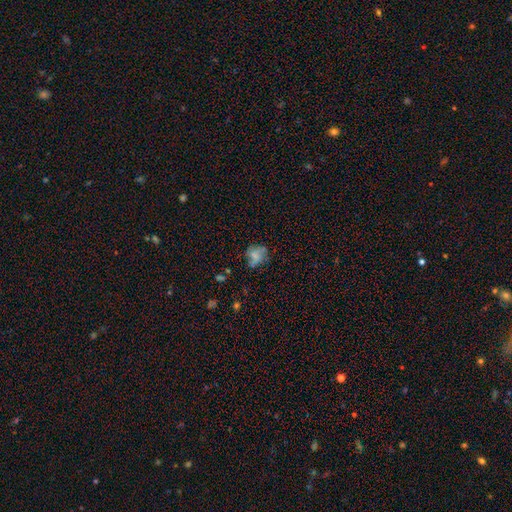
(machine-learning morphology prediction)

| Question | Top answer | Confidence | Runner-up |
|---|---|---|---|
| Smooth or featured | smooth | 61% | featured or disk (24%) |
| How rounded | round | 60% | in between (39%) |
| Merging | none | 54% | minor disturbance (26%) |